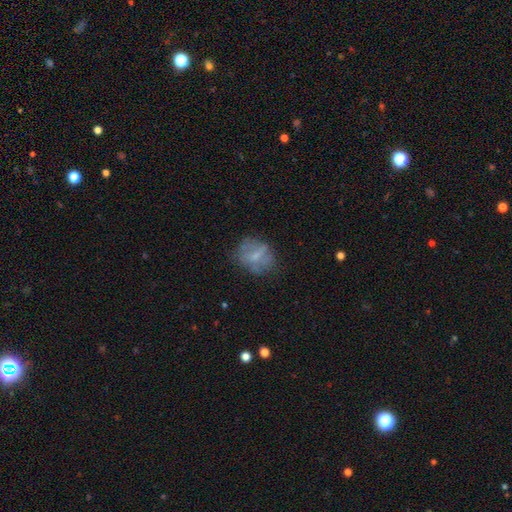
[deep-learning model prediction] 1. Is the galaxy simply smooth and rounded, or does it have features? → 49% smooth, 41% featured or disk, 11% star or artifact.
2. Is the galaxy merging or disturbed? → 61% none, 22% minor disturbance, 14% major disturbance, 2% merger.